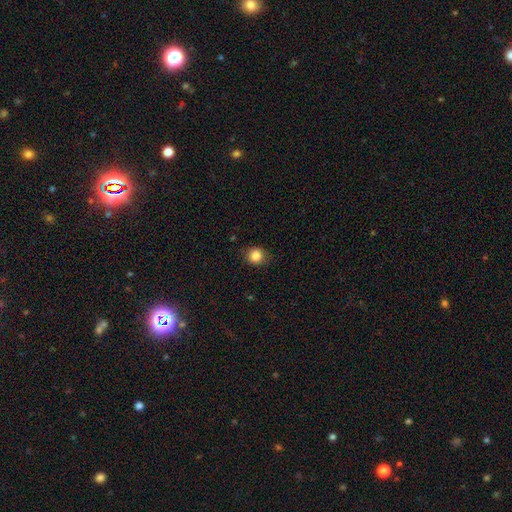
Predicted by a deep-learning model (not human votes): Q: Smooth or featured?
A: smooth (85%); runner-up: star or artifact (10%)
Q: How rounded?
A: round (81%); runner-up: in between (18%)
Q: Merging?
A: none (83%); runner-up: minor disturbance (14%)